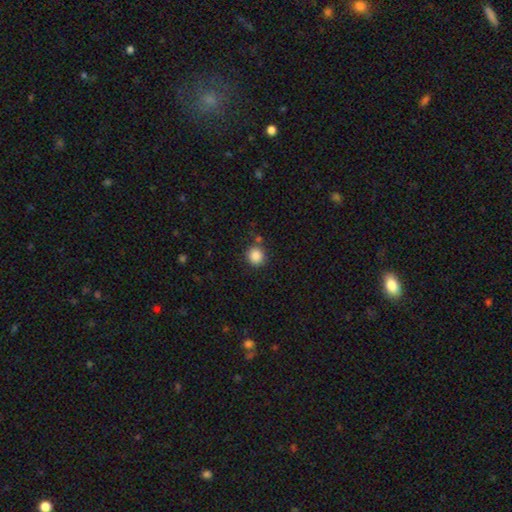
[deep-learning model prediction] A smooth galaxy with no disk features (87%) that is round (90%).

Vote fractions:
- Smooth or featured? smooth: 87% / star or artifact: 10% / featured or disk: 3%
- How rounded? round: 90% / in between: 9% / cigar-shaped: 1%
- Merging? none: 82% / minor disturbance: 9% / merger: 6% / major disturbance: 3%